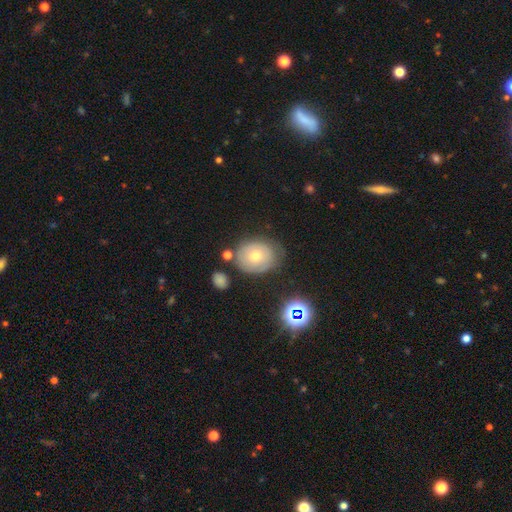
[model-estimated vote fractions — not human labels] This appears to be a smooth galaxy with no disk features (48%). Merging: none (67%).